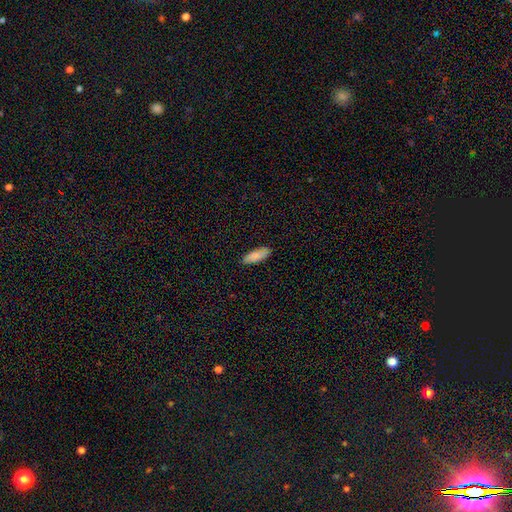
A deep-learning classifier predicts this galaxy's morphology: Smooth or featured? Predicted: smooth (p=0.86). How rounded? Predicted: in between (p=0.66). Merging? Predicted: none (p=0.86).